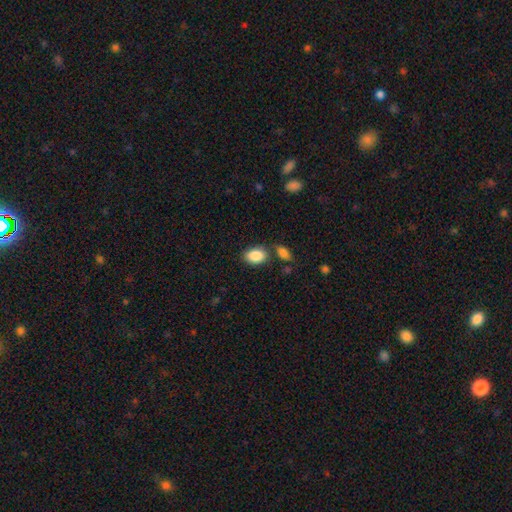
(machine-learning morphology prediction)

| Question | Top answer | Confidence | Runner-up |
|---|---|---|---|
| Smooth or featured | smooth | 88% | star or artifact (7%) |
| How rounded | in between | 87% | round (11%) |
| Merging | none | 68% | minor disturbance (15%) |